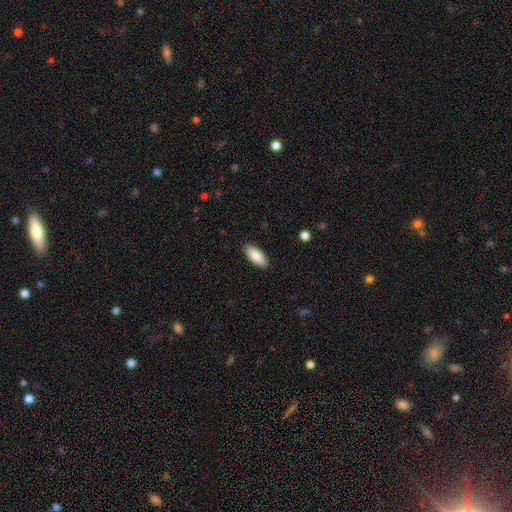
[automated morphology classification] type=smooth (83%); roundness=in between (78%); merging=none (89%).